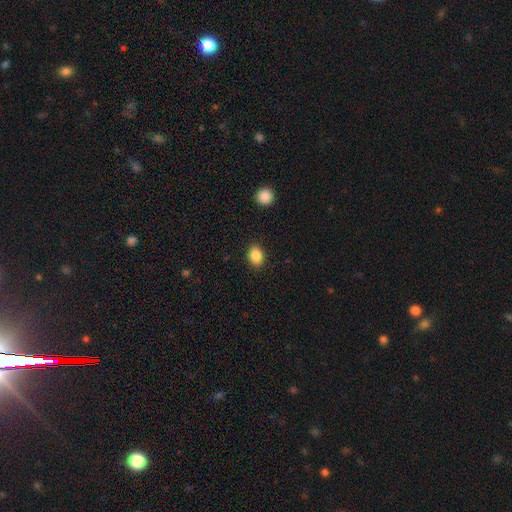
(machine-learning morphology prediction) type=smooth (87%); roundness=in between (68%); merging=none (88%).